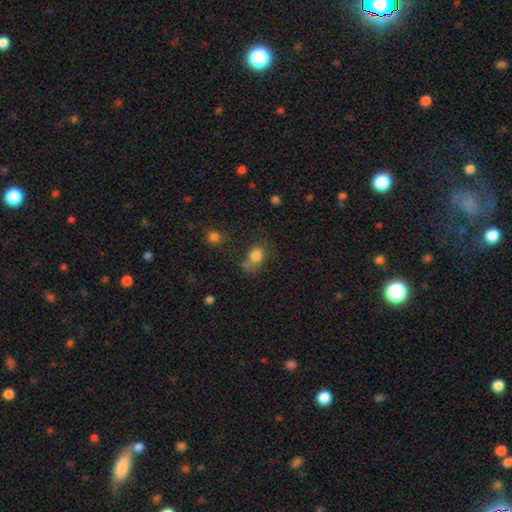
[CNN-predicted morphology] Overall: smooth (81%). How rounded: round (56%; in between 43%). Merging: none (47%; minor disturbance 21%).